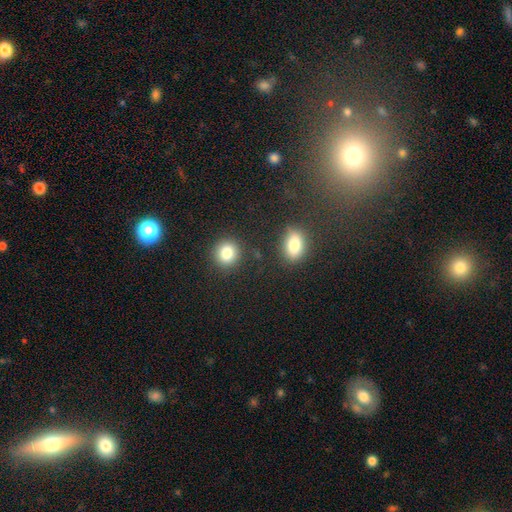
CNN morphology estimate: Overall: smooth (72%). How rounded: round (68%; in between 30%). Merging: none (87%).